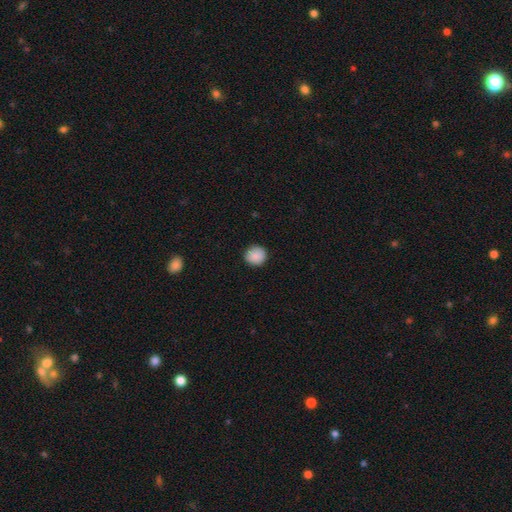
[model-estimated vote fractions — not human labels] Smooth or featured? smooth (88%)
How rounded? round (91%)
Merging? none (90%)